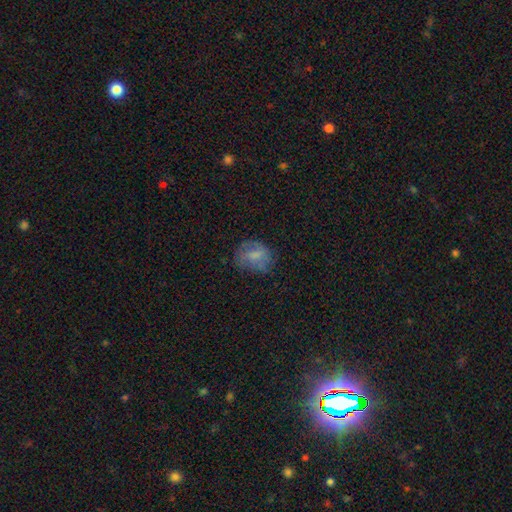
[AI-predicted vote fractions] Smooth or featured? Predicted: smooth (p=0.63). How rounded? Predicted: round (p=0.56). Merging? Predicted: none (p=0.60).